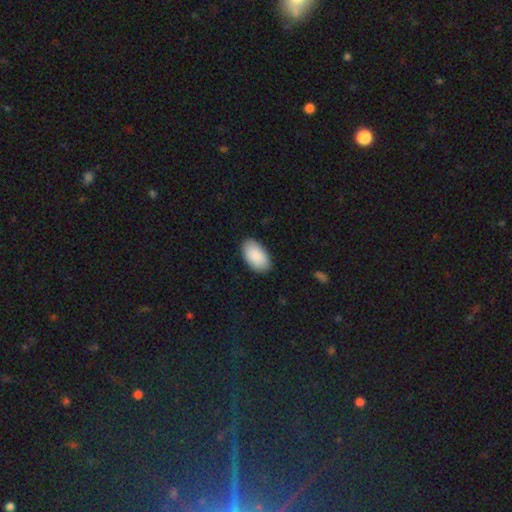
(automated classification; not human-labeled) Overall: smooth (91%). How rounded: in between (96%). Merging: none (88%).